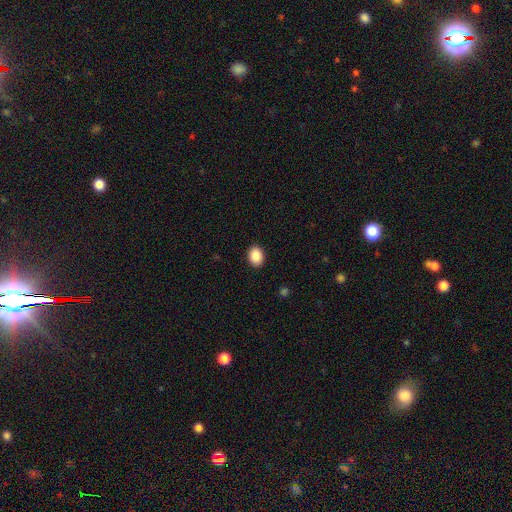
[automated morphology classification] Smooth or featured? smooth (89%)
How rounded? in between (65%)
Merging? none (90%)